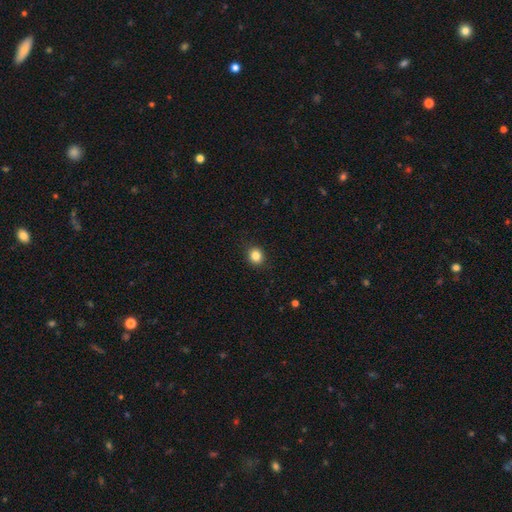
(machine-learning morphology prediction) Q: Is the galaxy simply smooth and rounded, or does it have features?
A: smooth — 85%.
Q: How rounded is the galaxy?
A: round — 77%.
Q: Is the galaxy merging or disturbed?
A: none — 89%.